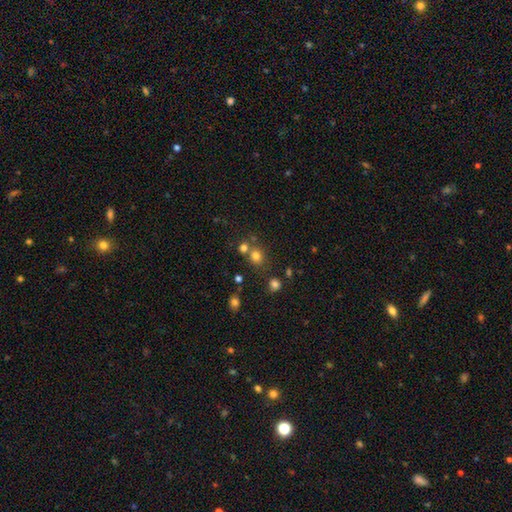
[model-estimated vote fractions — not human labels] This is likely a smooth galaxy (75%). How rounded: likely round (77%). Merging: likely none (62%).